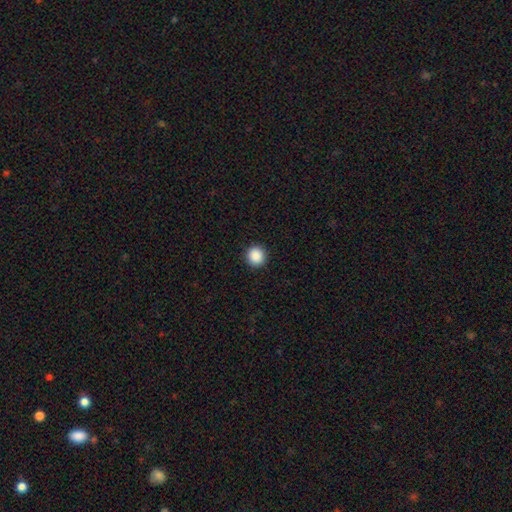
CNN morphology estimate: Q: Smooth or featured?
A: smooth (89%); runner-up: star or artifact (9%)
Q: How rounded?
A: round (94%); runner-up: in between (5%)
Q: Merging?
A: none (93%); runner-up: minor disturbance (5%)